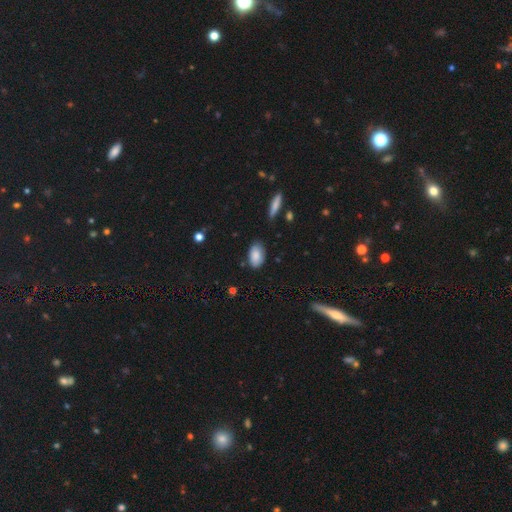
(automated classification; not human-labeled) Smooth or featured? Predicted: smooth (p=0.86). How rounded? Predicted: in between (p=0.93). Merging? Predicted: none (p=0.78).